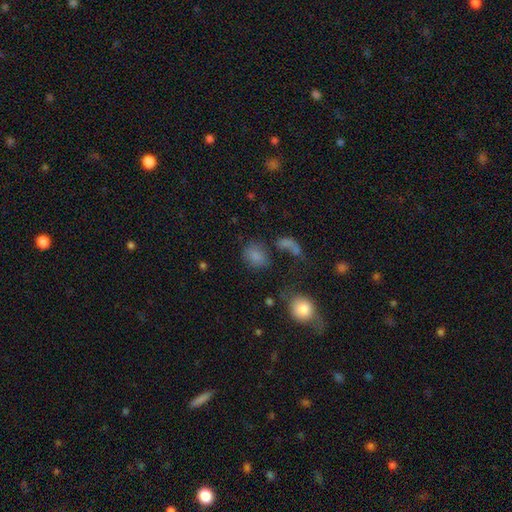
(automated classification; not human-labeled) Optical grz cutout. It shows a smooth galaxy with no disk features (78%) that is in between round and cigar-shaped (60%). Merging: none (59%).